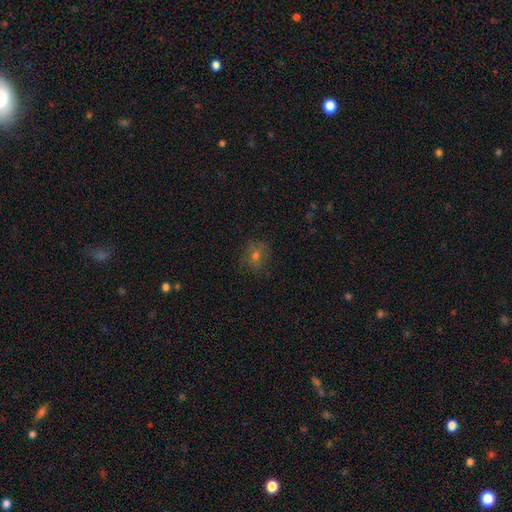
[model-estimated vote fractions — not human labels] Q: Smooth or featured?
A: smooth (56%); runner-up: star or artifact (24%)
Q: How rounded?
A: round (73%); runner-up: in between (26%)
Q: Merging?
A: none (77%); runner-up: minor disturbance (15%)